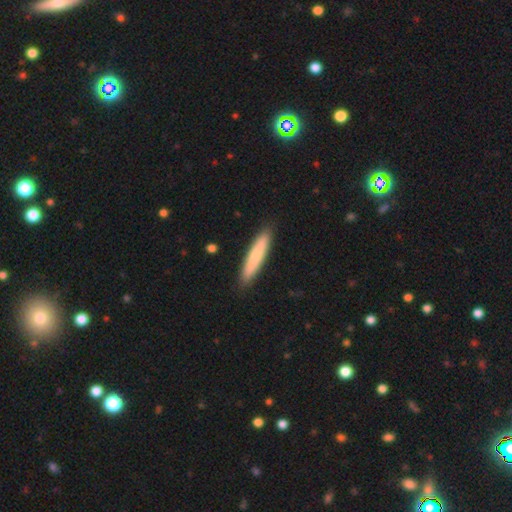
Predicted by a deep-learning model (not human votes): Smooth or featured: smooth — 78% (featured or disk — 17%)
How rounded: cigar-shaped — 90% (in between — 9%)
Merging: none — 90% (minor disturbance — 8%)